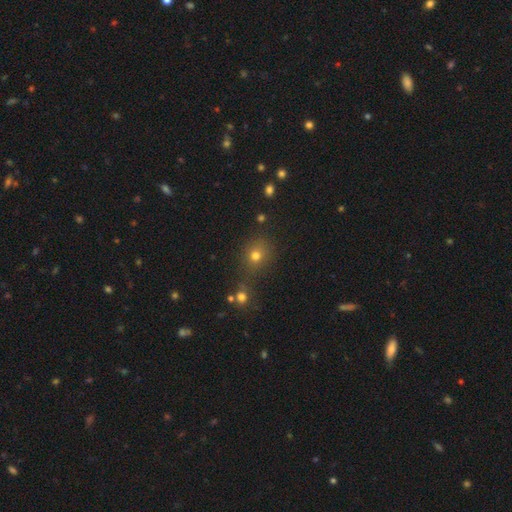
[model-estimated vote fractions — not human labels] Morphology: type=smooth (72%); roundness=round (77%); merging=none (67%).